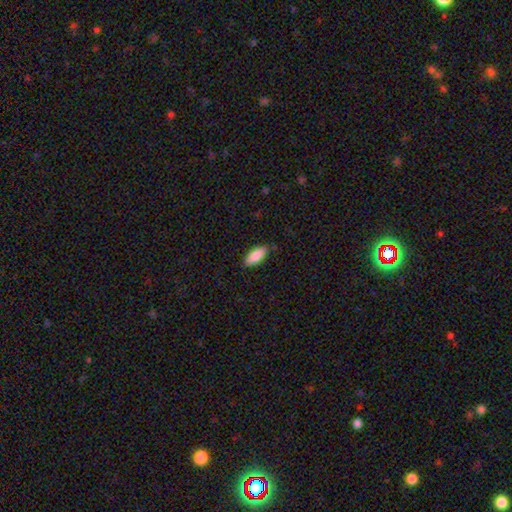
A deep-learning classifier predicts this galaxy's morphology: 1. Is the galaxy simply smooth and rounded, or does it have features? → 88% smooth, 6% featured or disk, 6% star or artifact.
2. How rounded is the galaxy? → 84% in between, 15% cigar-shaped, 2% round.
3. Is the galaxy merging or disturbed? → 85% none, 12% minor disturbance, 2% major disturbance, 1% merger.